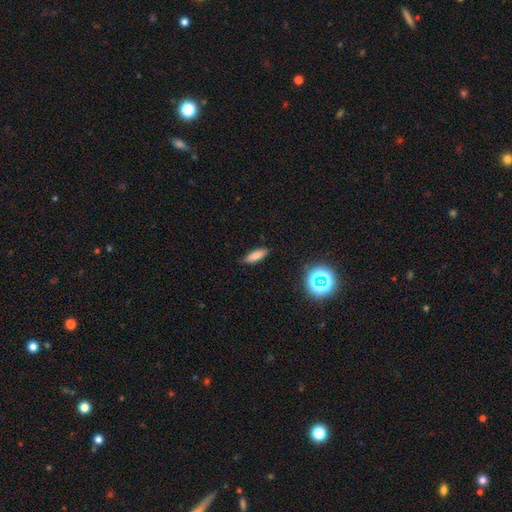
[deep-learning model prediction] This appears to be a smooth galaxy with no disk features (78%) that is in between round and cigar-shaped (53%). Merging: none (83%).